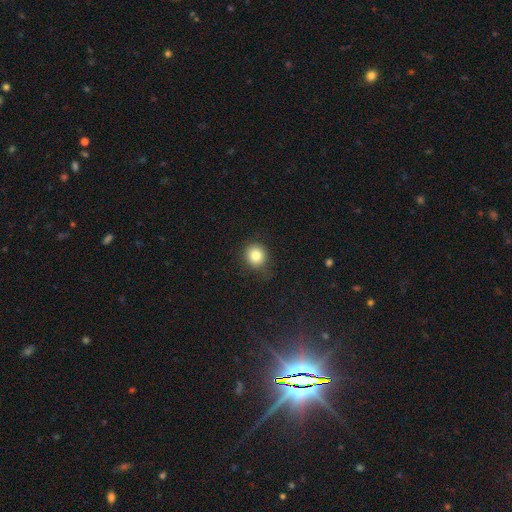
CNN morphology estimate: This is clearly a smooth galaxy (82%). How rounded: clearly round (86%). Merging: likely none (78%).